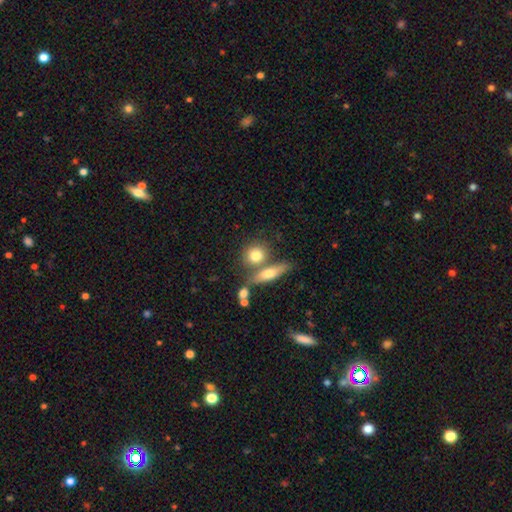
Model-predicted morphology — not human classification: Smooth or featured?
  - smooth: 75% *
  - featured or disk: 17%
  - star or artifact: 8%
How rounded?
  - round: 64% *
  - in between: 28%
  - cigar-shaped: 8%
Merging?
  - none: 55% *
  - merger: 31%
  - minor disturbance: 10%
  - major disturbance: 4%